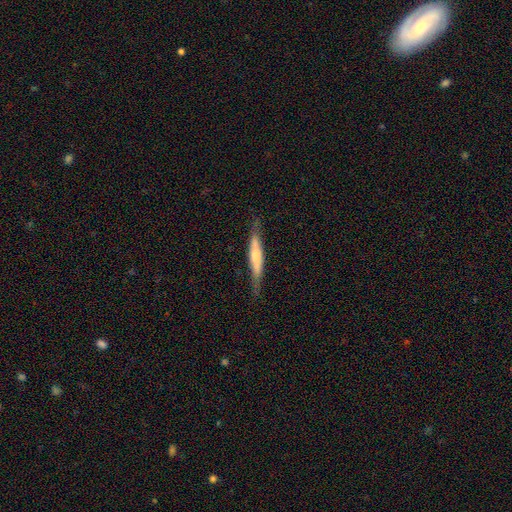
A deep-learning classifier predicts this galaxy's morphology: This appears to be a featured or disk galaxy (50%) viewed edge-on (90%). Merging: none (78%).